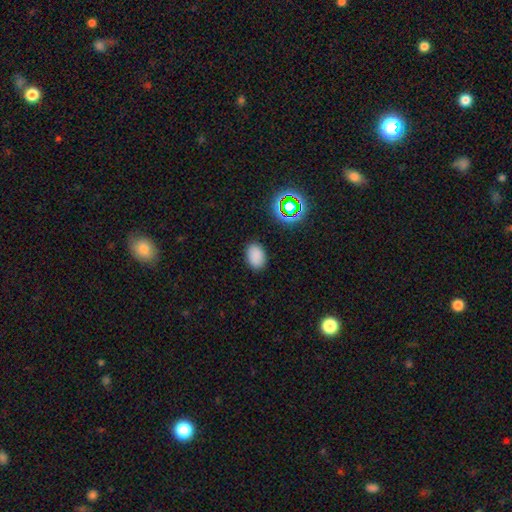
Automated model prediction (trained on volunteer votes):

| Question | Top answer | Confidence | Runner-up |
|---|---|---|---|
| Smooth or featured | smooth | 82% | star or artifact (14%) |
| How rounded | in between | 84% | round (15%) |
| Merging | none | 86% | minor disturbance (10%) |